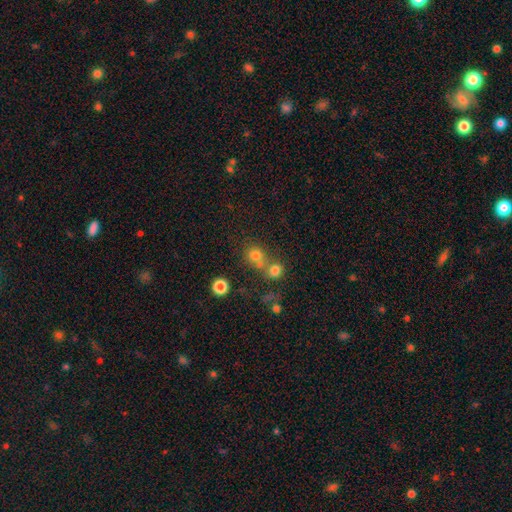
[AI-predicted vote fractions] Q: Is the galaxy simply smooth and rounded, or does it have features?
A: smooth — 74%.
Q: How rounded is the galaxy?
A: round — 83%.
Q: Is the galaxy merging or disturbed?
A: none — 49%.